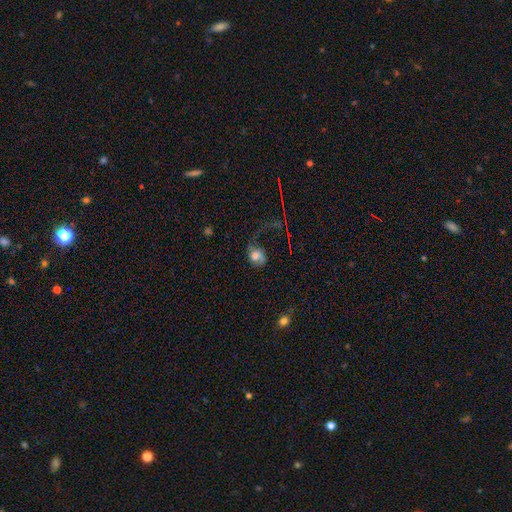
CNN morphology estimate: Smooth or featured? Predicted: smooth (p=0.53). How rounded? Predicted: round (p=0.53). Merging? Predicted: major disturbance (p=0.44).